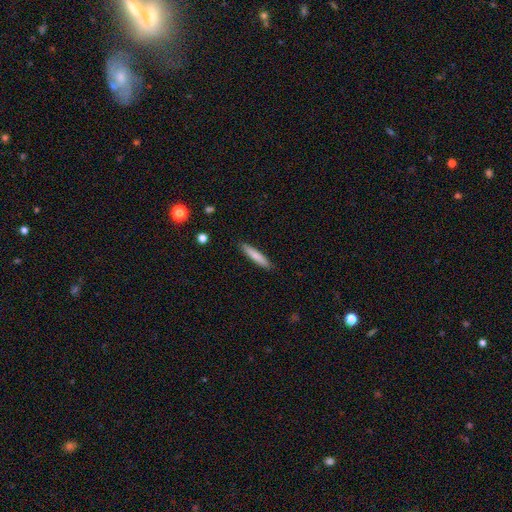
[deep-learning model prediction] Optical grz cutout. It shows a smooth galaxy with no disk features (79%) that is cigar-shaped (89%). Merging: none (90%).